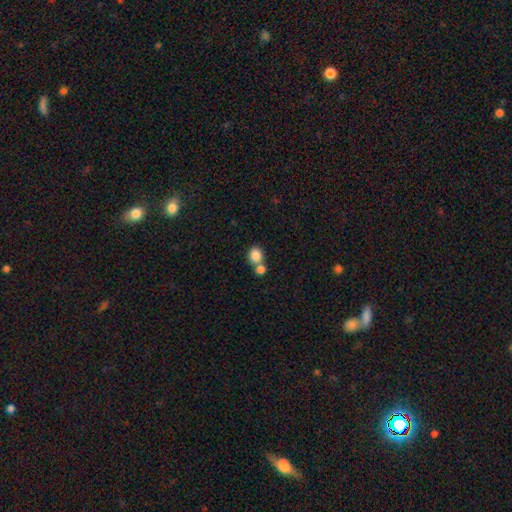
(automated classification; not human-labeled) A smooth galaxy with no disk features (84%) that is round (75%).

Vote fractions:
- Smooth or featured? smooth: 84% / star or artifact: 9% / featured or disk: 7%
- How rounded? round: 75% / in between: 24% / cigar-shaped: 1%
- Merging? none: 46% / merger: 43% / minor disturbance: 8% / major disturbance: 3%